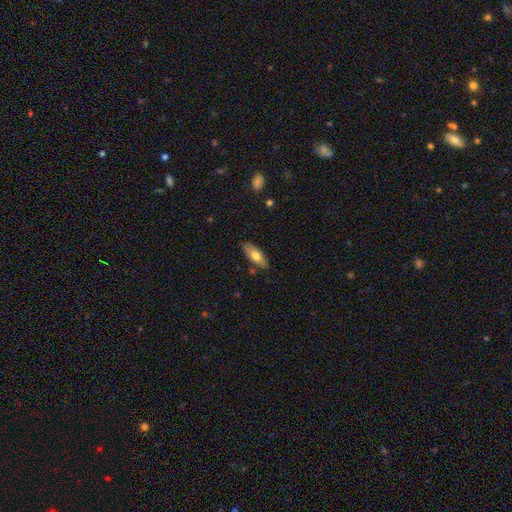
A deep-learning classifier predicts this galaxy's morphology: The model was most divided on "how rounded": in between: 64%, cigar-shaped: 33%, round: 3%. More confident: merging — none (83%); smooth or featured — smooth (63%).